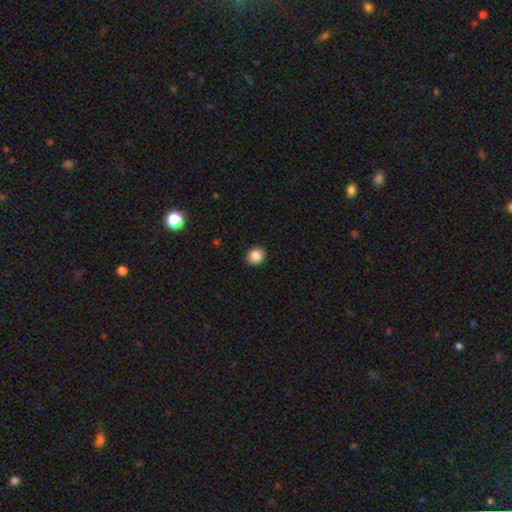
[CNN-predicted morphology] This is clearly a smooth galaxy (87%). How rounded: likely round (72%). Merging: clearly none (91%).